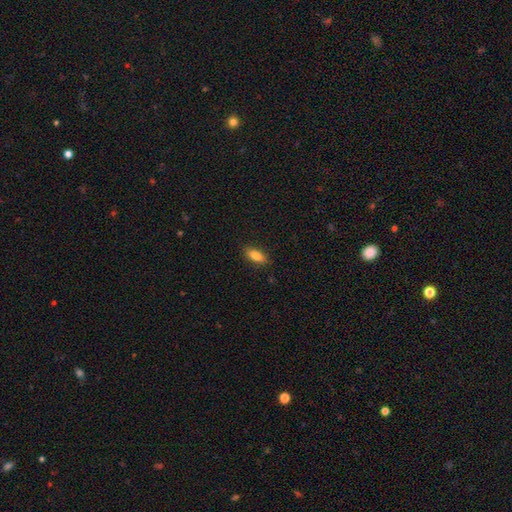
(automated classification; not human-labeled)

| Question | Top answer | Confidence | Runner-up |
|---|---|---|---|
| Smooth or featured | smooth | 85% | star or artifact (8%) |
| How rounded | in between | 83% | cigar-shaped (14%) |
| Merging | none | 87% | minor disturbance (10%) |